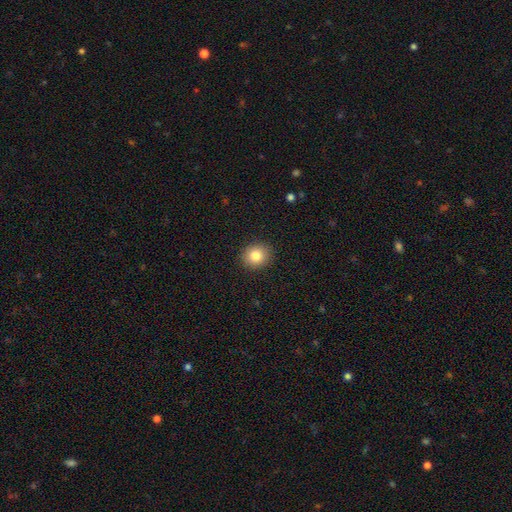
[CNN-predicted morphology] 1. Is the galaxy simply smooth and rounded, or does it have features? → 83% smooth, 10% star or artifact, 7% featured or disk.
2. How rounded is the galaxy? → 76% round, 23% in between, 1% cigar-shaped.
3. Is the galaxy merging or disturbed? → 91% none, 7% minor disturbance, 2% major disturbance, 1% merger.